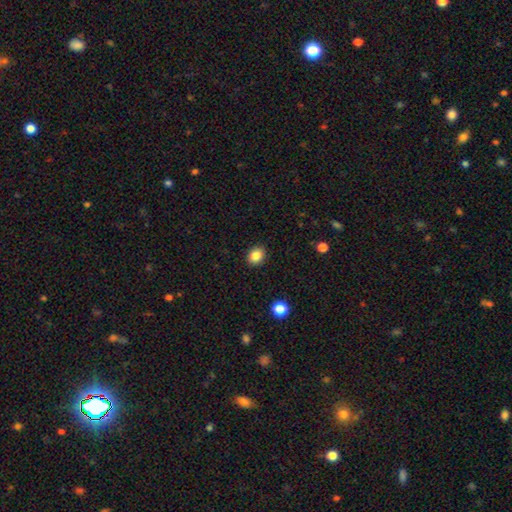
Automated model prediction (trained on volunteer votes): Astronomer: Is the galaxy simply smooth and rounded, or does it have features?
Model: smooth — 86%.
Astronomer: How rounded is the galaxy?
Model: round — 56% (runner-up: in between, 43%).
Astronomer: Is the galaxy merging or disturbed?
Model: none — 90%.